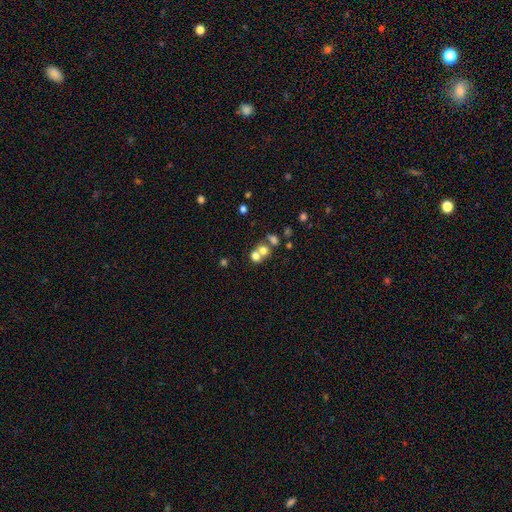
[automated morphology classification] A smooth galaxy with no disk features (68%) that is round (68%).

Vote fractions:
- Smooth or featured? smooth: 68% / featured or disk: 17% / star or artifact: 15%
- How rounded? round: 68% / in between: 31% / cigar-shaped: 1%
- Merging? merger: 57% / none: 32% / minor disturbance: 6% / major disturbance: 4%